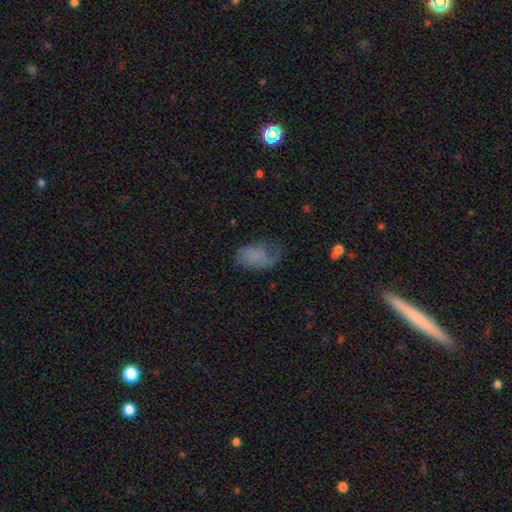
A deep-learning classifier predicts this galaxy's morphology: Q: Smooth or featured?
A: smooth (56%); runner-up: featured or disk (33%)
Q: How rounded?
A: in between (88%); runner-up: round (10%)
Q: Merging?
A: none (37%); runner-up: minor disturbance (30%)